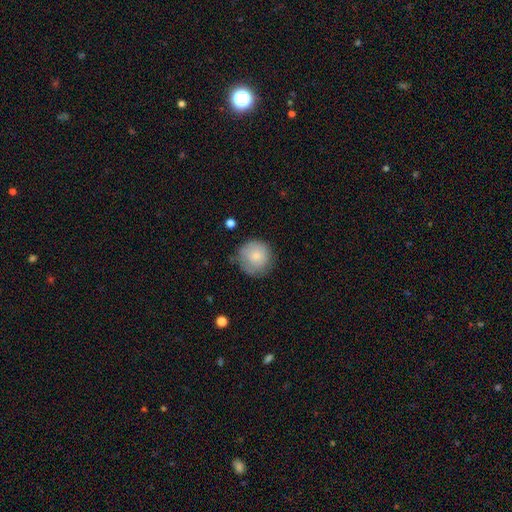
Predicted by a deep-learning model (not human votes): Overall: smooth (80%). How rounded: round (94%). Merging: none (70%).